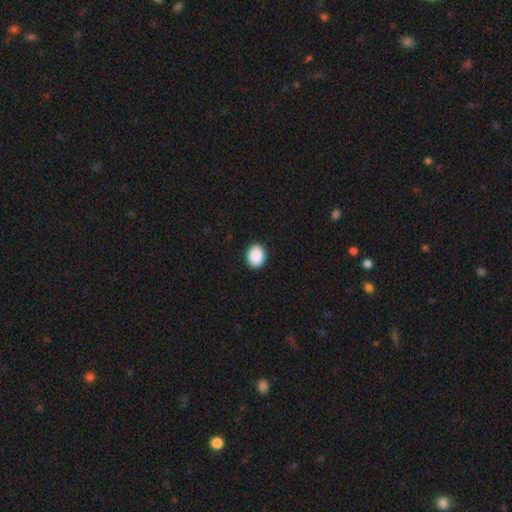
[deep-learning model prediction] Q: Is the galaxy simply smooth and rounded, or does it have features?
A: smooth — 90%.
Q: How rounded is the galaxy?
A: in between — 56%.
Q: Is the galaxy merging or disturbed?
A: none — 91%.